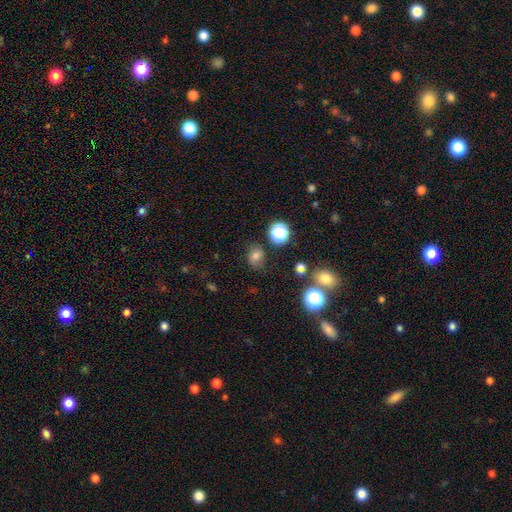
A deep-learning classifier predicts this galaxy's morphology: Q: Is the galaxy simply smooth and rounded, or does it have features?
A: smooth — 73%.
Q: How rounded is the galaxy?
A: round — 58%.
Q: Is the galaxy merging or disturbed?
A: none — 76%.